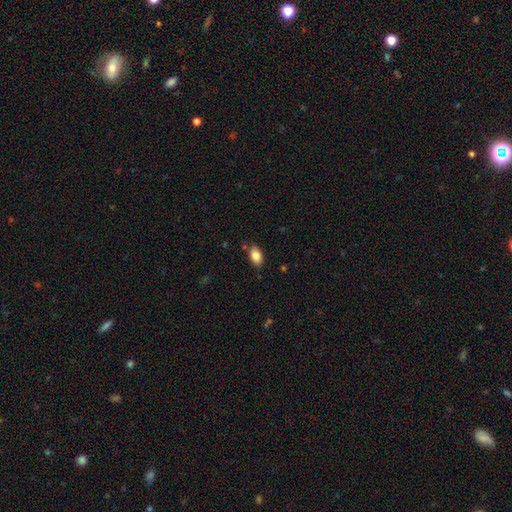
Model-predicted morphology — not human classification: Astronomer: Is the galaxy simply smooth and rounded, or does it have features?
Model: smooth — 85%.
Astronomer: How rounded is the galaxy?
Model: in between — 89%.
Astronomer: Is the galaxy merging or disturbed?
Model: none — 83%.